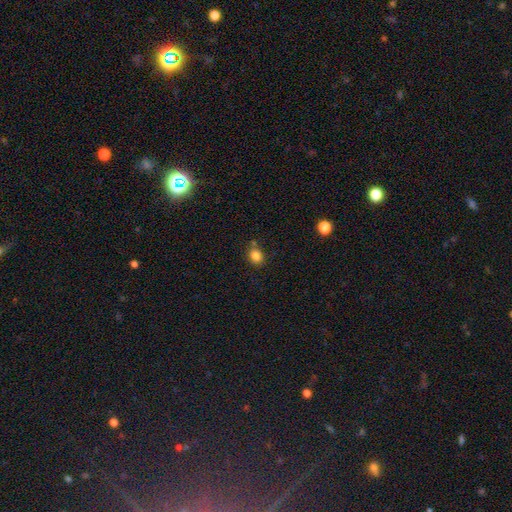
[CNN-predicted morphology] Smooth or featured? Predicted: smooth (p=0.83). How rounded? Predicted: round (p=0.57). Merging? Predicted: none (p=0.74).